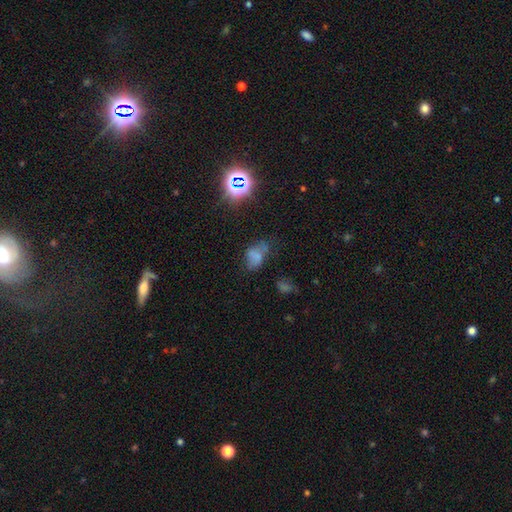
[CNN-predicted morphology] A smooth galaxy with no disk features (60%) that is in between round and cigar-shaped (82%).

Vote fractions:
- Smooth or featured? smooth: 60% / star or artifact: 22% / featured or disk: 18%
- How rounded? in between: 82% / round: 16% / cigar-shaped: 2%
- Merging? none: 38% / minor disturbance: 28% / major disturbance: 19% / merger: 15%